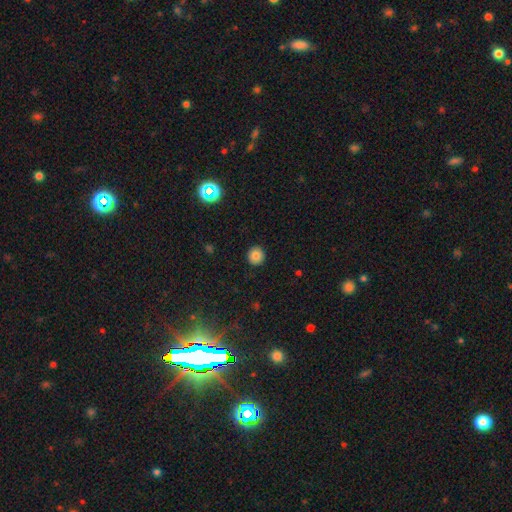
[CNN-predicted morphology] smooth-or-featured: smooth: 83% | star or artifact: 11% | featured or disk: 6%
  how-rounded: round: 94% | in between: 5% | cigar-shaped: 1%
  merging: none: 92% | minor disturbance: 5% | major disturbance: 2% | merger: 1%